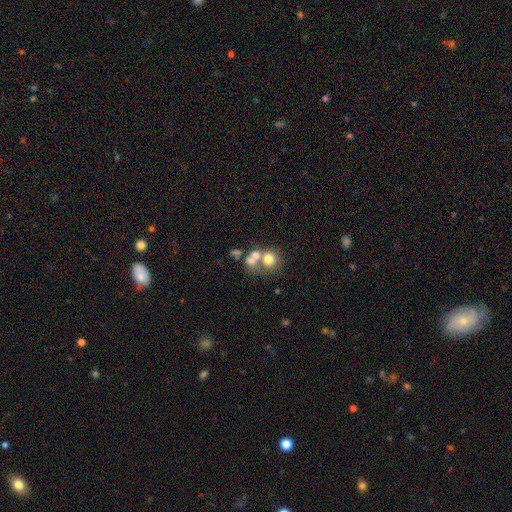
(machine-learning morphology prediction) Smooth or featured: smooth — 62% (featured or disk — 24%)
How rounded: round — 75% (in between — 24%)
Merging: merger — 52% (none — 33%)